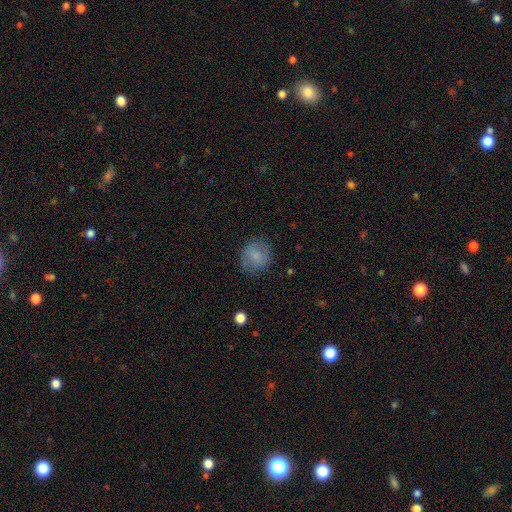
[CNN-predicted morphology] smooth 77%, featured or disk 15%, star or artifact 8%. Down the decision tree: how rounded — round (84%); merging — none (76%).